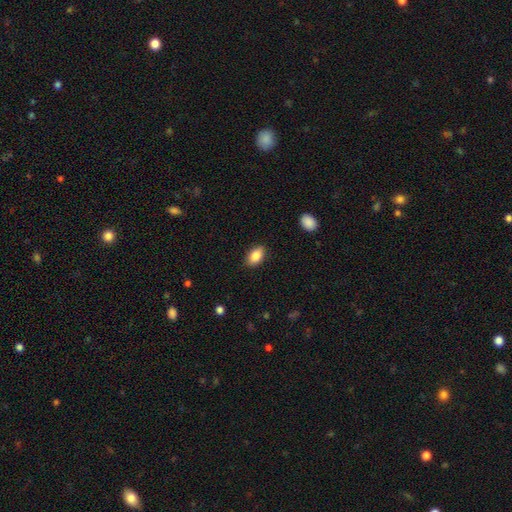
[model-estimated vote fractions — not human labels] Smooth or featured: smooth — 87% (star or artifact — 7%)
How rounded: in between — 91% (round — 7%)
Merging: none — 87% (minor disturbance — 10%)